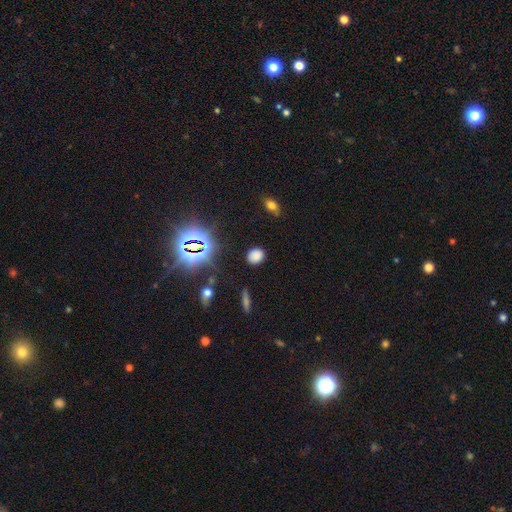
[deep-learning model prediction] Smooth or featured?
  - smooth: 72% *
  - star or artifact: 21%
  - featured or disk: 7%
How rounded?
  - round: 62% *
  - in between: 36%
  - cigar-shaped: 2%
Merging?
  - none: 85% *
  - minor disturbance: 10%
  - major disturbance: 3%
  - merger: 2%